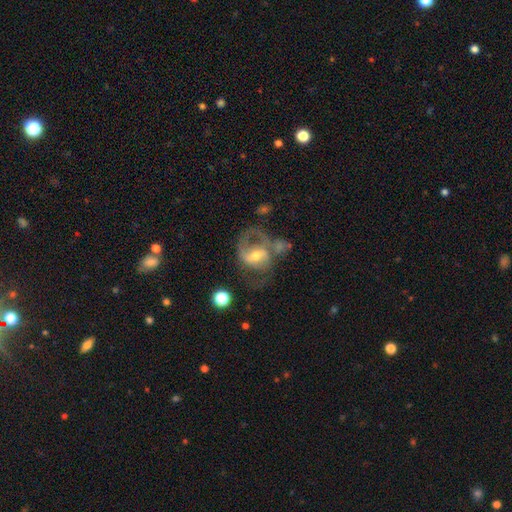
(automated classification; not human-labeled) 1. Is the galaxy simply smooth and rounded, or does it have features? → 75% featured or disk, 17% smooth, 8% star or artifact.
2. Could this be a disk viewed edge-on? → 97% no, 3% yes.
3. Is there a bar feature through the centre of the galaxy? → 43% weak, 35% no, 22% strong.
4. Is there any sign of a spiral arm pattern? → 80% yes, 20% no.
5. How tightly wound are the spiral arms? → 48% medium, 34% loose, 18% tight.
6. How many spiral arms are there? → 67% 2, 15% 1, 13% can't tell, 3% 3, 1% 4, 1% more than 4.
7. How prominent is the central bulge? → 57% moderate, 34% small, 5% large, 2% none, 1% dominant.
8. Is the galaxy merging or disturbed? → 34% none, 32% major disturbance, 17% minor disturbance, 17% merger.